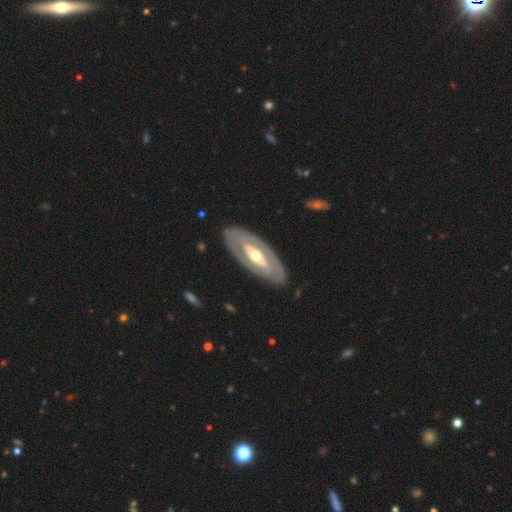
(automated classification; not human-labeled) Smooth or featured? Predicted: featured or disk (p=0.77). Edge-on disk? Predicted: no (p=0.88). Bar? Predicted: no (p=0.54). Spiral arms? Predicted: no (p=0.56). Bulge size? Predicted: moderate (p=0.70). Merging? Predicted: none (p=0.84).